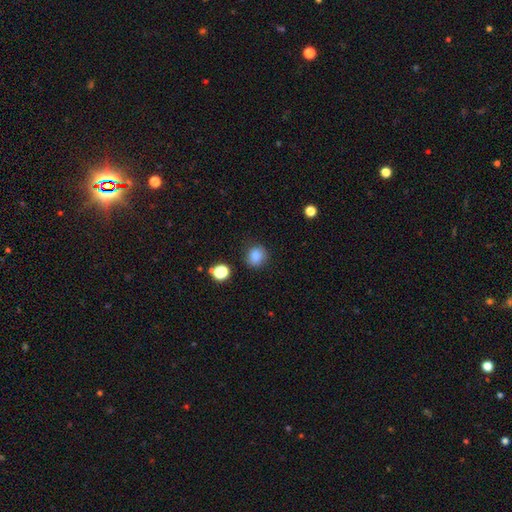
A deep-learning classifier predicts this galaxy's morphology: The model was most divided on "how rounded": round: 81%, in between: 18%, cigar-shaped: 1%. More confident: merging — none (84%); smooth or featured — smooth (83%).